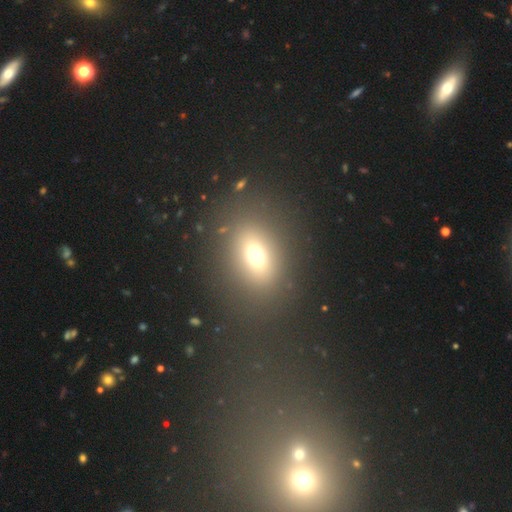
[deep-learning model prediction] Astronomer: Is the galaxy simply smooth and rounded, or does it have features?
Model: smooth — 68%.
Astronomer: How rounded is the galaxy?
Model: in between — 68%.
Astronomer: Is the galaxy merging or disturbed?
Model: none — 80%.